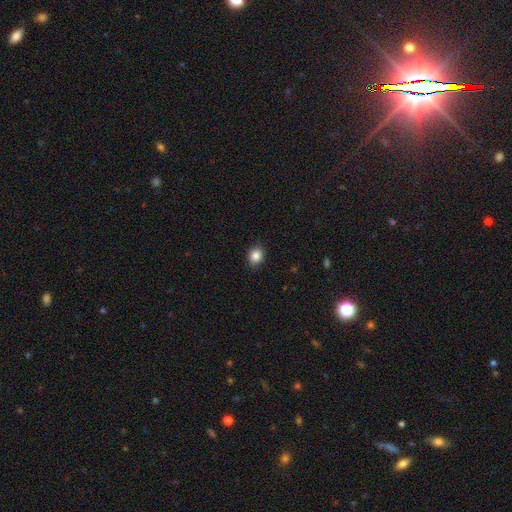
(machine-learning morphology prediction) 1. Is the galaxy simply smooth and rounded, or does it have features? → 86% smooth, 10% star or artifact, 4% featured or disk.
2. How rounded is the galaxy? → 61% round, 39% in between, 1% cigar-shaped.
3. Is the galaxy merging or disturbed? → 88% none, 9% minor disturbance, 2% major disturbance, 1% merger.